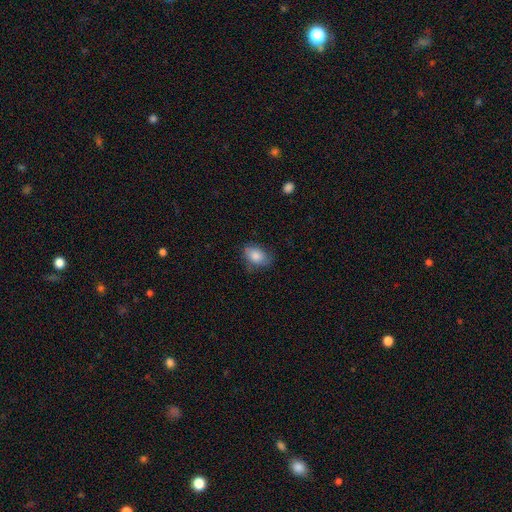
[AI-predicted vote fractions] Smooth or featured? Predicted: smooth (p=0.82). How rounded? Predicted: in between (p=0.82). Merging? Predicted: none (p=0.68).